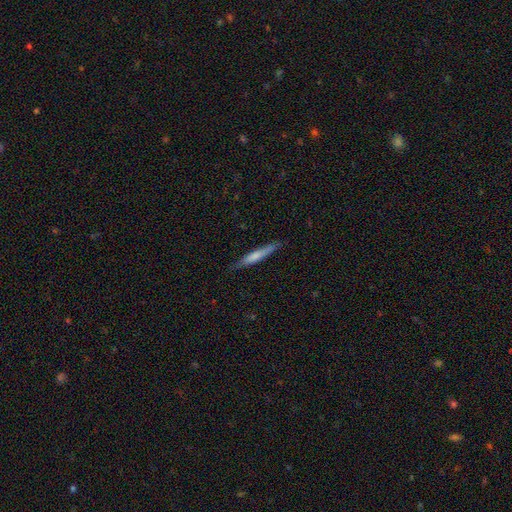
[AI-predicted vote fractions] This appears to be a smooth galaxy with no disk features (64%) that is cigar-shaped (94%). Merging: none (85%).